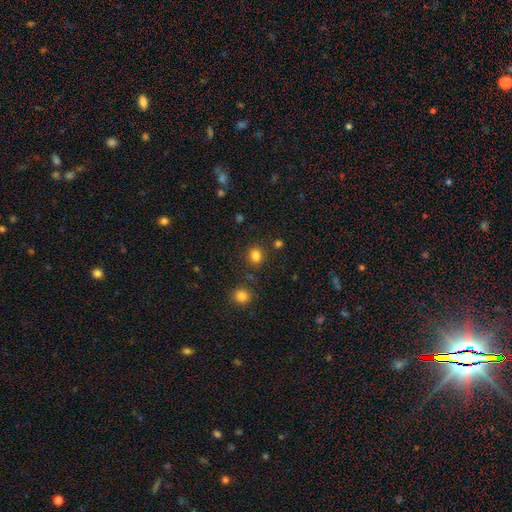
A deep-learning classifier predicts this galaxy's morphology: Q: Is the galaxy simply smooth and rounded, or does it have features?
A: smooth — 82%.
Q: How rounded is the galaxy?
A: round — 72%.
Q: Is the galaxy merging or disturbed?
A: none — 82%.